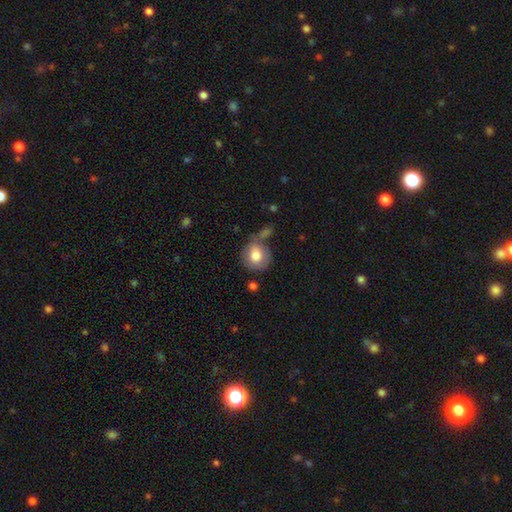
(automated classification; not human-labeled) smooth 78%, featured or disk 15%, star or artifact 7%. Down the decision tree: how rounded — round (82%); merging — none (55%).